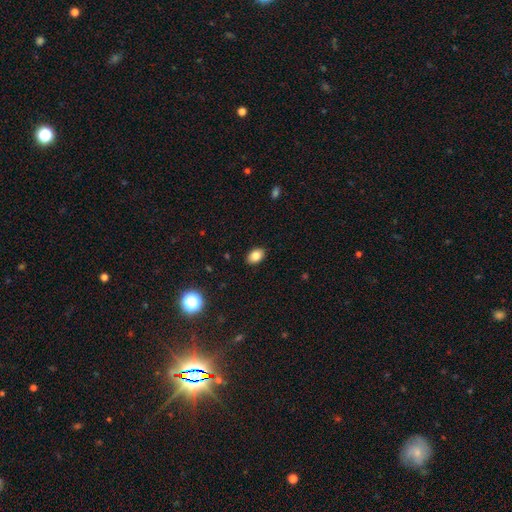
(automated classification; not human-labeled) This is clearly a smooth galaxy (83%). How rounded: clearly in between (82%). Merging: clearly none (89%).